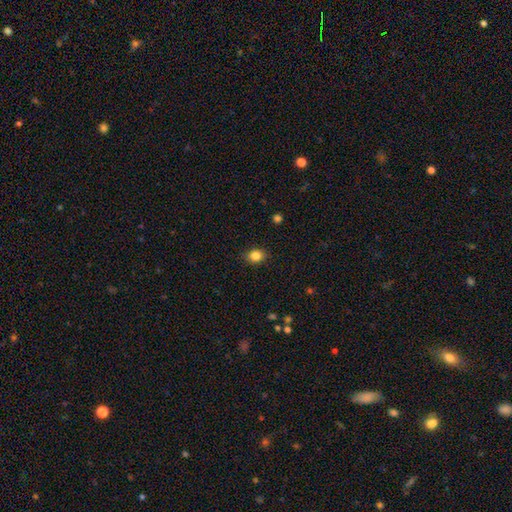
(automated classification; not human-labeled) Smooth or featured? smooth (84%)
How rounded? round (57%)
Merging? none (87%)